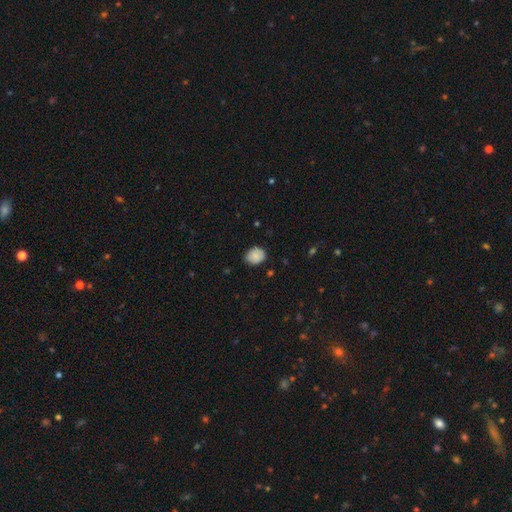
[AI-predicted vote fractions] Morphology: type=smooth (84%); roundness=round (56%); merging=none (77%).